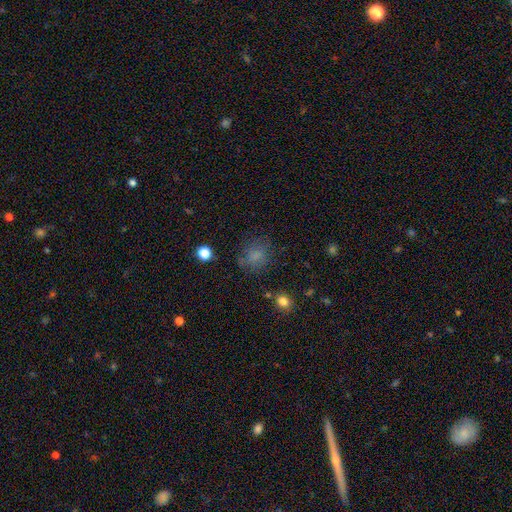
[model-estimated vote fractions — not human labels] smooth 74%, star or artifact 15%, featured or disk 11%. Down the decision tree: how rounded — round (72%); merging — none (69%).